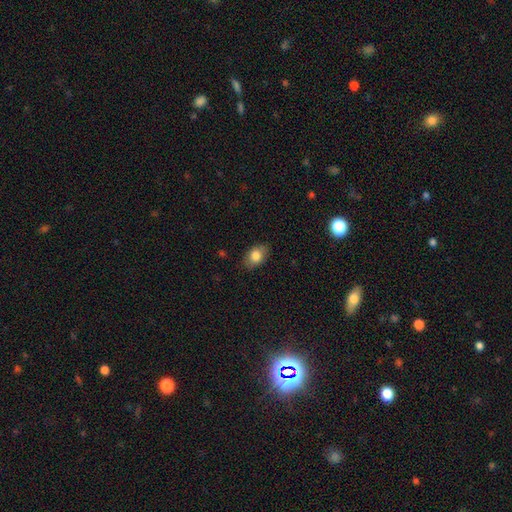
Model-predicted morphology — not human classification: This appears to be a smooth galaxy with no disk features (82%) that is in between round and cigar-shaped (84%). Merging: none (84%).